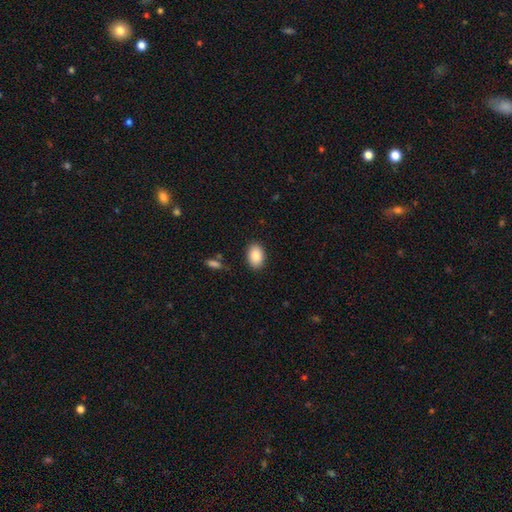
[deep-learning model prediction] Q: Smooth or featured?
A: smooth (87%); runner-up: star or artifact (7%)
Q: How rounded?
A: in between (88%); runner-up: round (11%)
Q: Merging?
A: none (87%); runner-up: minor disturbance (9%)